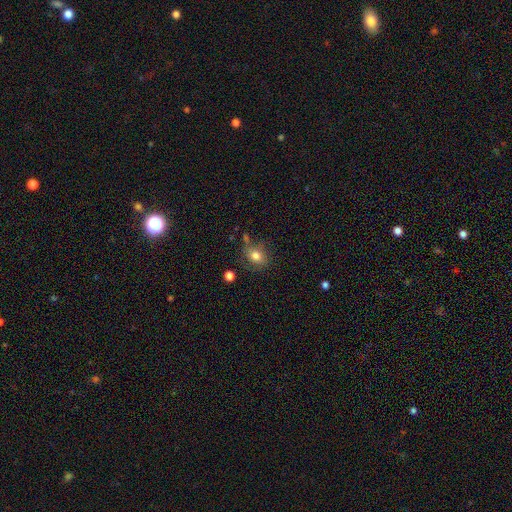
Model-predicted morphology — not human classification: The model was most divided on "how rounded": round: 51%, in between: 47%, cigar-shaped: 1%. More confident: smooth or featured — smooth (76%); merging — none (64%).